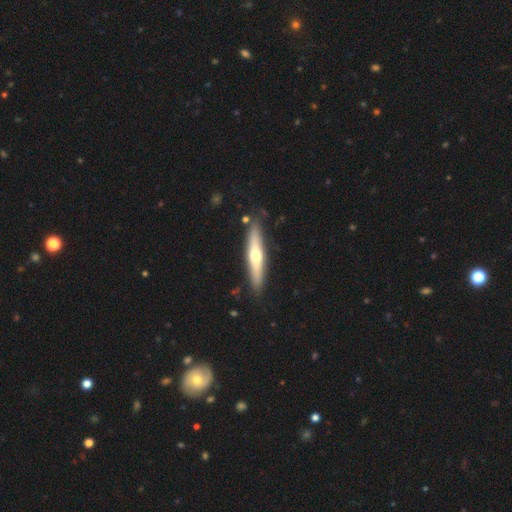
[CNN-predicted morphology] Smooth or featured? Predicted: featured or disk (p=0.52). Edge-on disk? Predicted: yes (p=0.91). Merging? Predicted: none (p=0.87).